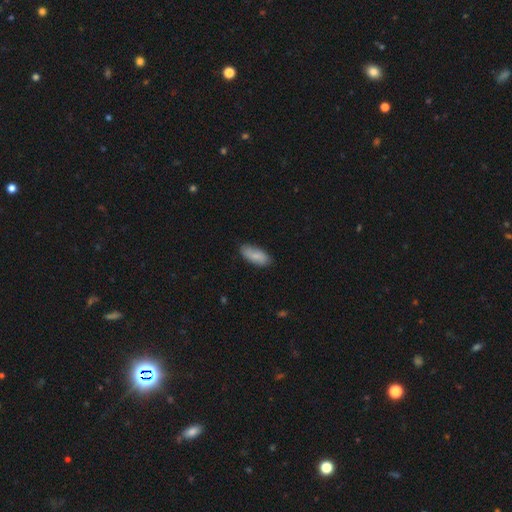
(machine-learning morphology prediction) This appears to be a smooth galaxy with no disk features (78%) that is in between round and cigar-shaped (83%). Merging: none (82%).